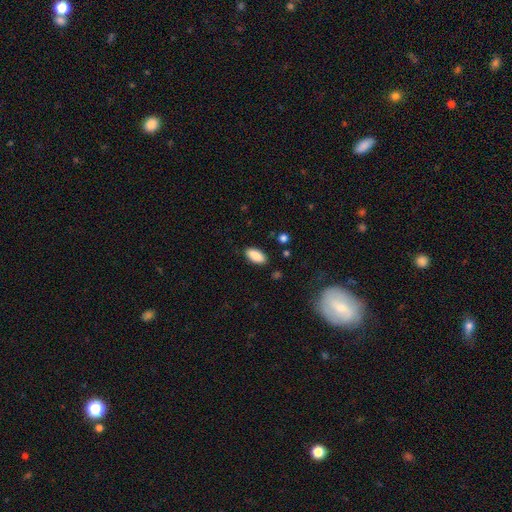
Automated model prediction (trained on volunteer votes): The model was most divided on "merging": none: 86%, minor disturbance: 10%, major disturbance: 2%, merger: 1%. More confident: how rounded — in between (91%); smooth or featured — smooth (87%).